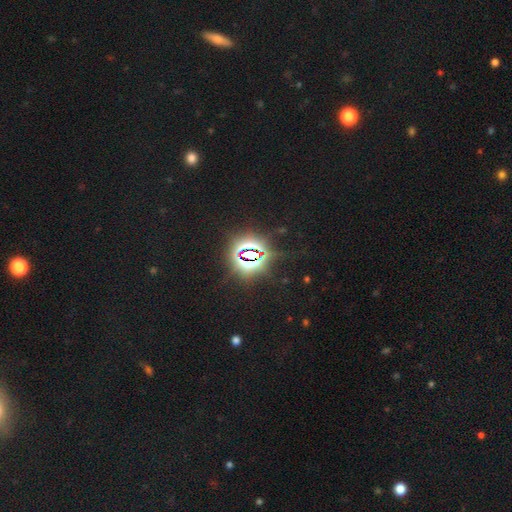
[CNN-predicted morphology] type=star or artifact (81%).